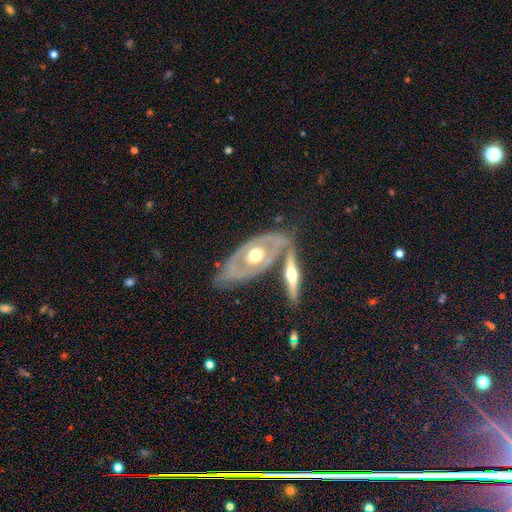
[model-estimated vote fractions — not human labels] featured or disk 74%, smooth 22%, star or artifact 5%. Down the decision tree: edge-on disk — no (75%); bar — no (87%); spiral arms — no (70%); bulge size — moderate (74%); merging — none (57%).